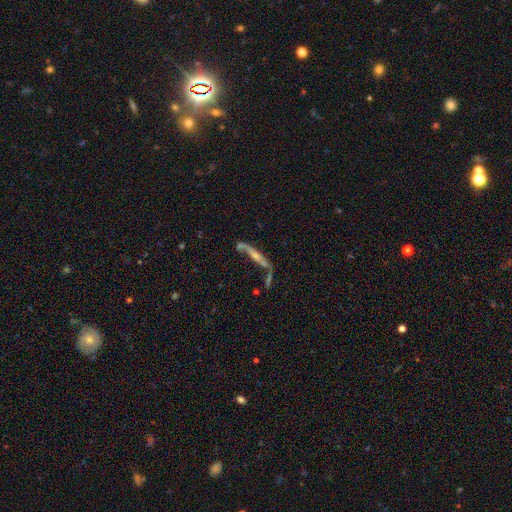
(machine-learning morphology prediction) featured or disk 61%, smooth 30%, star or artifact 9%. Down the decision tree: edge-on disk — yes (66%); merging — none (38%).